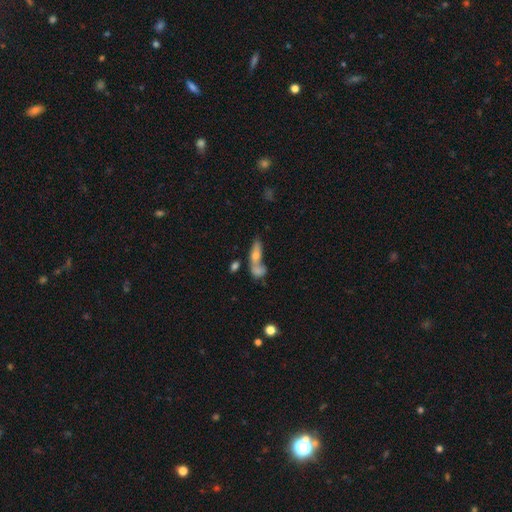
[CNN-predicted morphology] A smooth galaxy with no disk features (55%) that is in between round and cigar-shaped (48%).

Vote fractions:
- Smooth or featured? smooth: 55% / featured or disk: 32% / star or artifact: 13%
- How rounded? in between: 48% / cigar-shaped: 42% / round: 10%
- Merging? merger: 52% / none: 30% / minor disturbance: 10% / major disturbance: 9%